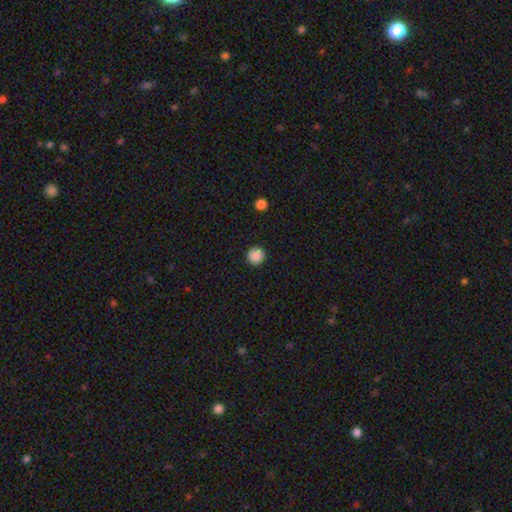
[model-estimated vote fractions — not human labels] Smooth or featured: smooth — 88% (star or artifact — 9%)
How rounded: round — 95% (in between — 4%)
Merging: none — 92% (minor disturbance — 5%)